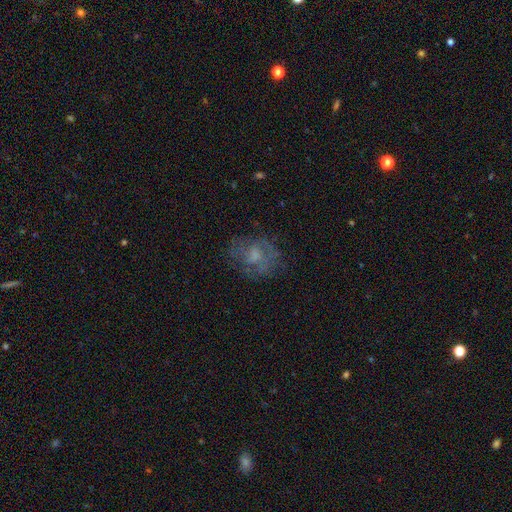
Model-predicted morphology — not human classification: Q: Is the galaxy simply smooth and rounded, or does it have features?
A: featured or disk — 47%.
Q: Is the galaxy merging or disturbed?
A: none — 63%.